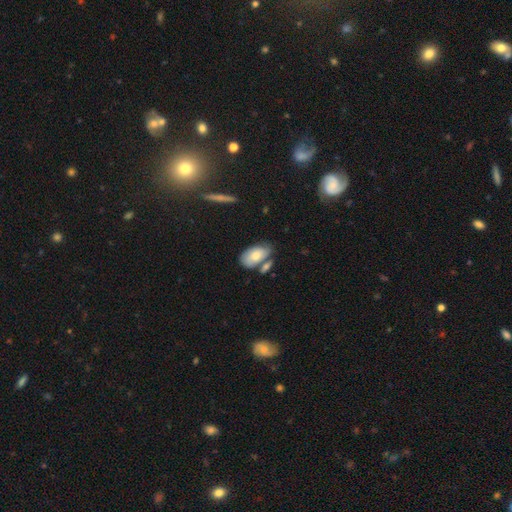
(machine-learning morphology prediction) Smooth or featured: smooth — 71% (featured or disk — 23%)
How rounded: in between — 91% (round — 6%)
Merging: none — 47% (merger — 26%)